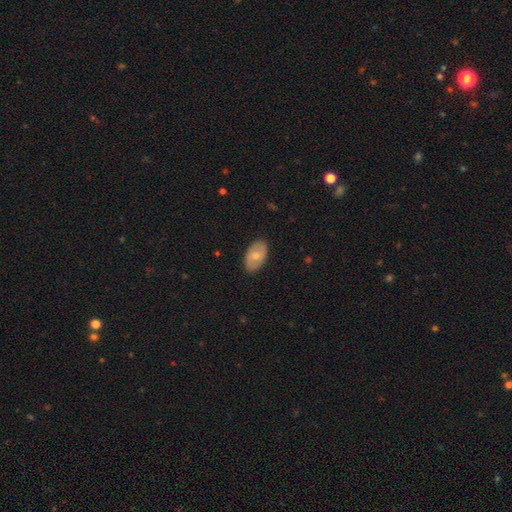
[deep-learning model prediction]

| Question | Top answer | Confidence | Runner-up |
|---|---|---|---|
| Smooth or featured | smooth | 62% | featured or disk (32%) |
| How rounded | in between | 91% | round (7%) |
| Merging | none | 86% | minor disturbance (11%) |